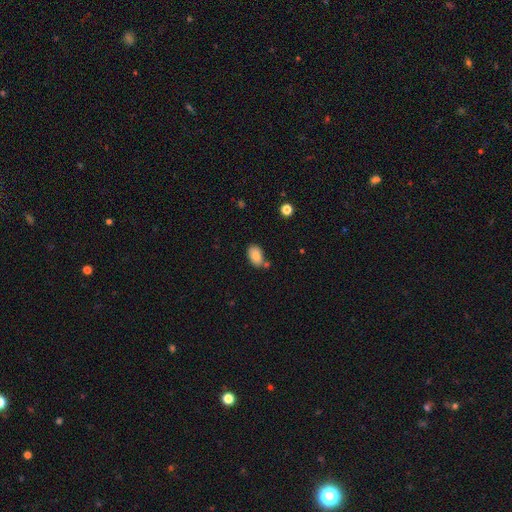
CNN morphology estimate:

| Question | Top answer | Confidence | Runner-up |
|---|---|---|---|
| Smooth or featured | smooth | 83% | featured or disk (9%) |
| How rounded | in between | 90% | round (9%) |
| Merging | none | 65% | minor disturbance (17%) |